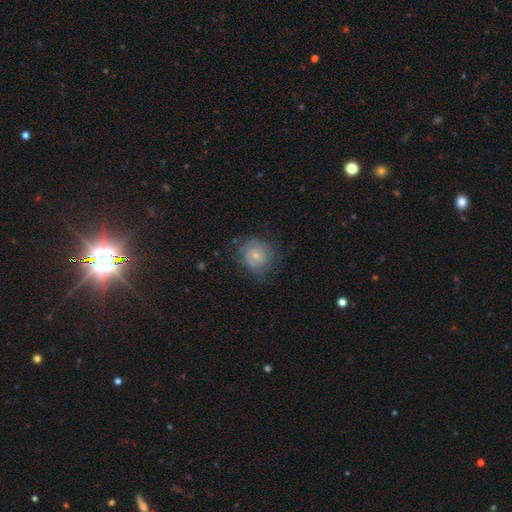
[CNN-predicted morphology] Smooth or featured? Predicted: featured or disk (p=0.57). Edge-on disk? Predicted: no (p=0.98). Bar? Predicted: no (p=0.66). Spiral arms? Predicted: yes (p=0.84). Bulge size? Predicted: small (p=0.66). Merging? Predicted: none (p=0.67).